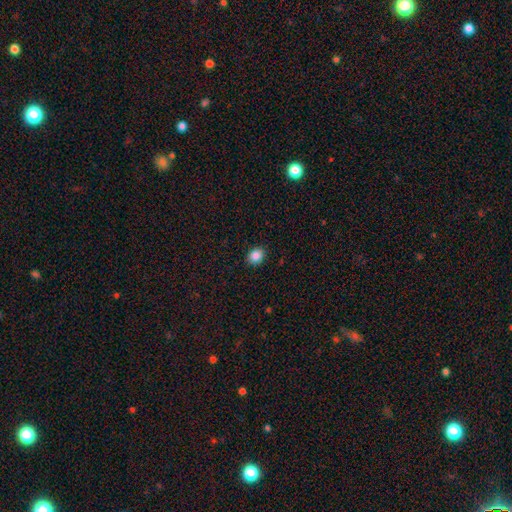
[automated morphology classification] smooth-or-featured: smooth: 86% | star or artifact: 10% | featured or disk: 4%
  how-rounded: round: 58% | in between: 41% | cigar-shaped: 1%
  merging: none: 90% | minor disturbance: 7% | major disturbance: 2% | merger: 1%